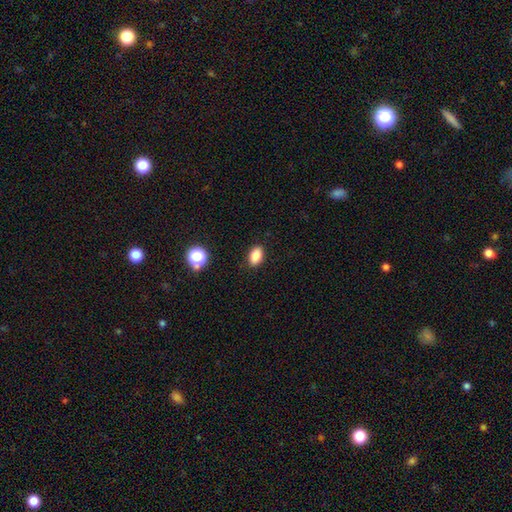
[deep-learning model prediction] The model was most divided on "smooth or featured": smooth: 85%, star or artifact: 10%, featured or disk: 5%. More confident: merging — none (88%); how rounded — in between (87%).